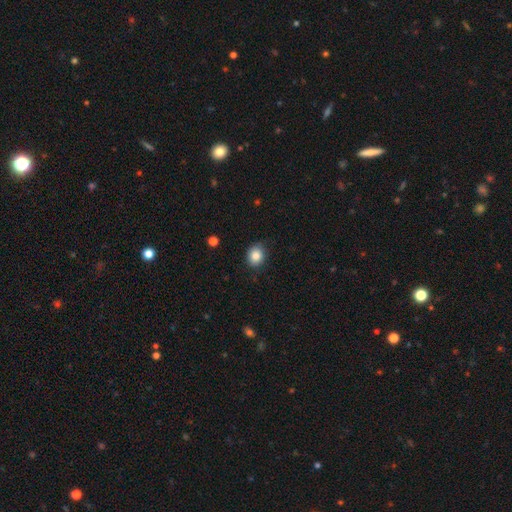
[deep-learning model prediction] smooth 86%, star or artifact 9%, featured or disk 5%. Down the decision tree: how rounded — round (60%); merging — none (82%).